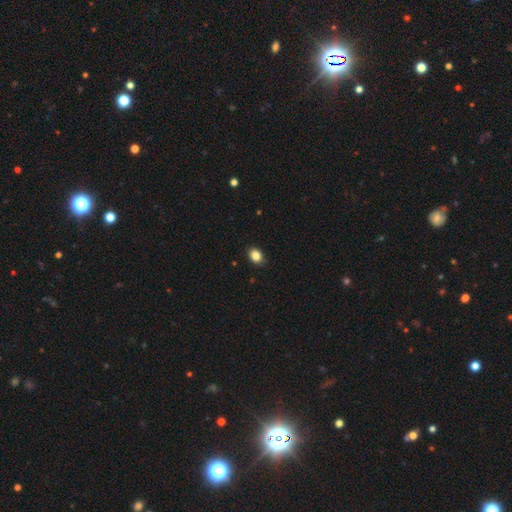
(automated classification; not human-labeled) smooth-or-featured: smooth: 86% | star or artifact: 10% | featured or disk: 4%
  how-rounded: in between: 60% | round: 39% | cigar-shaped: 1%
  merging: none: 89% | minor disturbance: 9% | major disturbance: 2% | merger: 1%